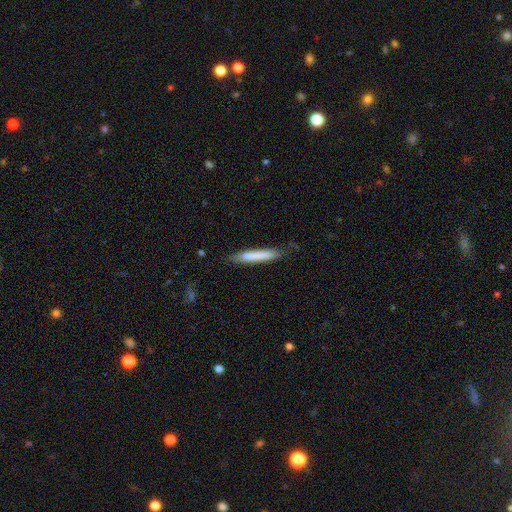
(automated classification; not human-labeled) This appears to be a smooth galaxy with no disk features (75%) that is cigar-shaped (94%). Merging: none (80%).